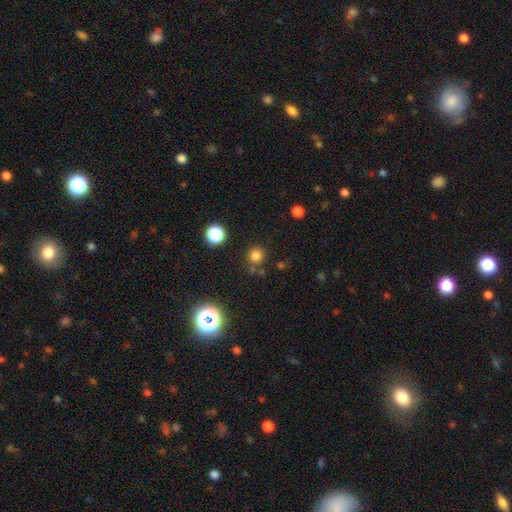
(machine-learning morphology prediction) Smooth or featured: smooth — 77% (star or artifact — 18%)
How rounded: round — 94% (in between — 5%)
Merging: none — 80% (minor disturbance — 8%)